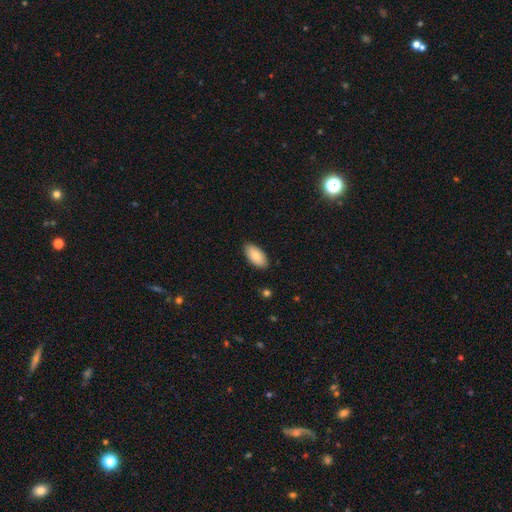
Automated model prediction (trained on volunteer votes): Q: Smooth or featured?
A: smooth (82%); runner-up: featured or disk (12%)
Q: How rounded?
A: in between (94%); runner-up: cigar-shaped (4%)
Q: Merging?
A: none (88%); runner-up: minor disturbance (9%)